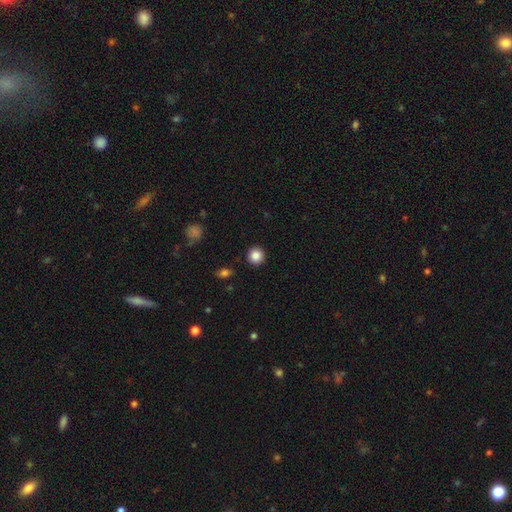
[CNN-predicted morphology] Q: Smooth or featured?
A: smooth (86%); runner-up: star or artifact (10%)
Q: How rounded?
A: round (94%); runner-up: in between (5%)
Q: Merging?
A: none (92%); runner-up: minor disturbance (5%)